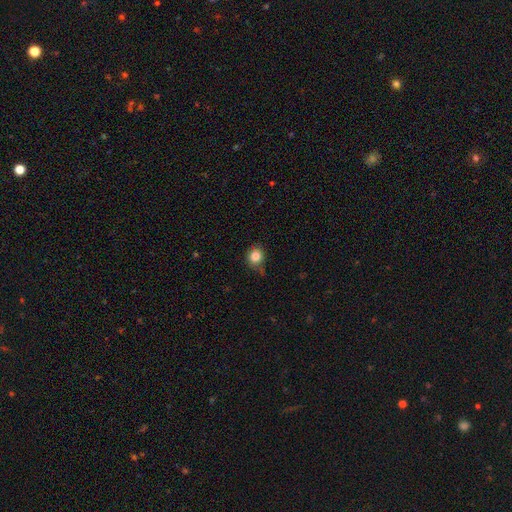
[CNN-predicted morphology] This appears to be a smooth galaxy with no disk features (83%) that is round (80%). Merging: none (69%).